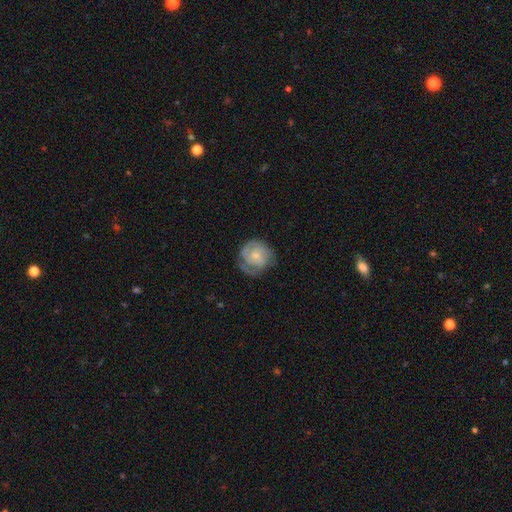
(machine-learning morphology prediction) The model was most divided on "spiral arm count": 2: 35%, can't tell: 29%, 3: 22%, 1: 6%, 4: 5%, more than 4: 4%. More confident: edge-on disk — no (98%); spiral arms — yes (91%); bar — no (71%); smooth or featured — featured or disk (69%); merging — none (64%); spiral winding — tight (63%); bulge size — small (61%).